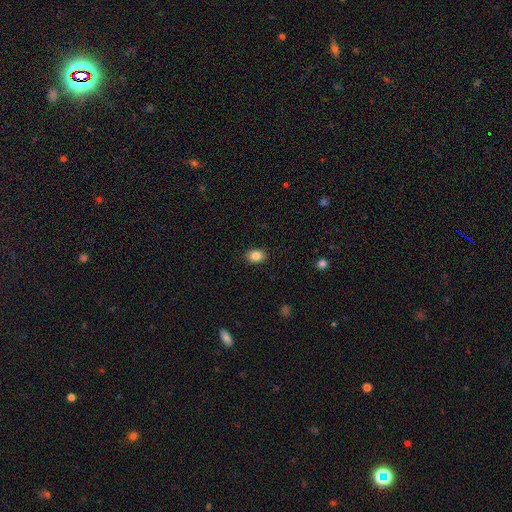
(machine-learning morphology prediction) smooth-or-featured: smooth: 86% | star or artifact: 9% | featured or disk: 5%
  how-rounded: in between: 68% | round: 31% | cigar-shaped: 1%
  merging: none: 89% | minor disturbance: 8% | major disturbance: 2% | merger: 1%